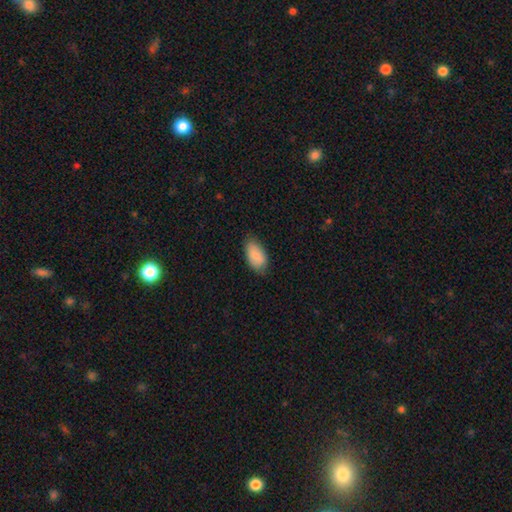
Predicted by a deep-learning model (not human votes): smooth_or_featured: smooth (p=0.88) [alt: star or artifact p=0.06]
how_rounded: in between (p=0.94) [alt: round p=0.03]
merging: none (p=0.73) [alt: minor disturbance p=0.22]